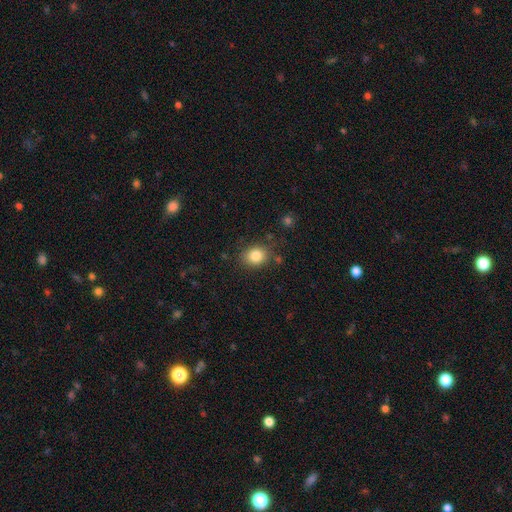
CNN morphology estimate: type=smooth (83%); roundness=round (60%); merging=none (80%).